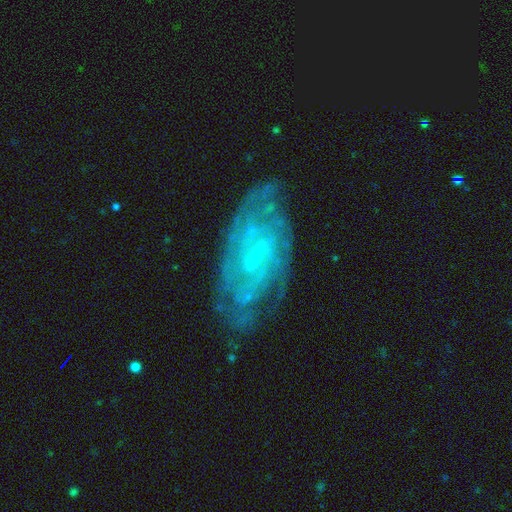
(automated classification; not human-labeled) featured or disk 82%, smooth 11%, star or artifact 7%. Down the decision tree: edge-on disk — no (94%); bar — weak (47%); spiral arms — yes (88%); spiral arm count — can't tell (50%); spiral winding — tight (61%); bulge size — small (77%); merging — none (71%).